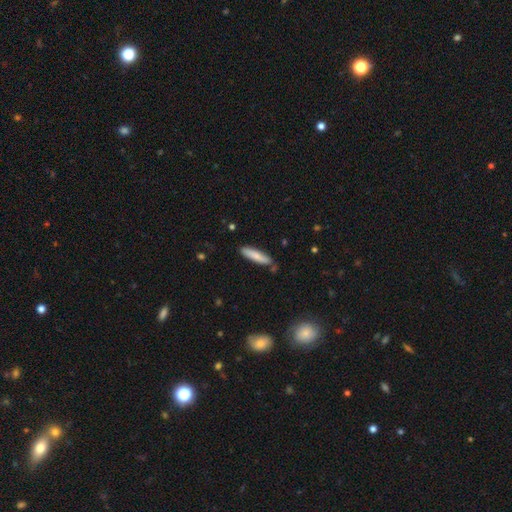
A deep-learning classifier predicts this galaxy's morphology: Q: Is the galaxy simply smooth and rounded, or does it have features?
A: smooth — 77%.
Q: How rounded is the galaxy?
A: cigar-shaped — 82%.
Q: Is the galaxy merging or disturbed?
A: none — 82%.